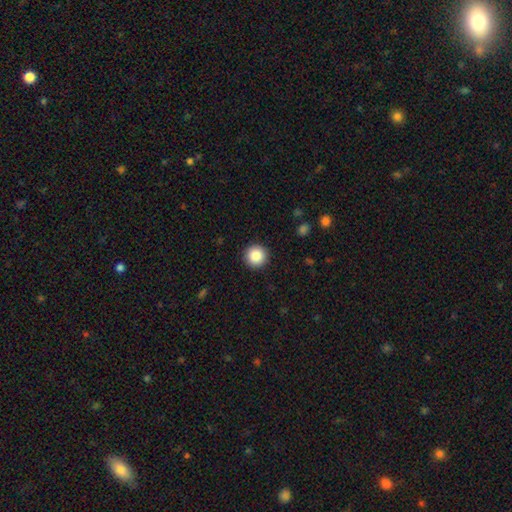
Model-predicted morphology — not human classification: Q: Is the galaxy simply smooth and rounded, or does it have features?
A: smooth — 86%.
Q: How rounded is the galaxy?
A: round — 96%.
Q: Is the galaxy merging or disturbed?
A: none — 92%.